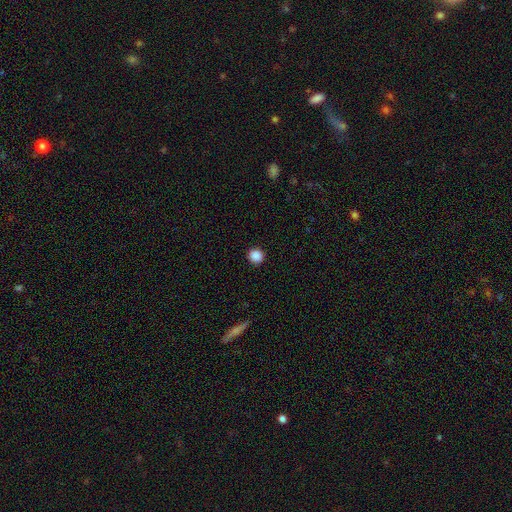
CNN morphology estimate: Overall: smooth (88%). How rounded: round (94%). Merging: none (92%).